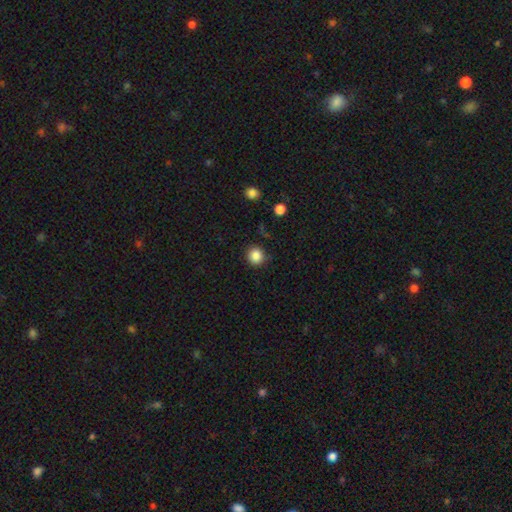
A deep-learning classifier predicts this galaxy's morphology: Q: Smooth or featured?
A: smooth (86%); runner-up: star or artifact (10%)
Q: How rounded?
A: round (91%); runner-up: in between (8%)
Q: Merging?
A: none (87%); runner-up: minor disturbance (9%)